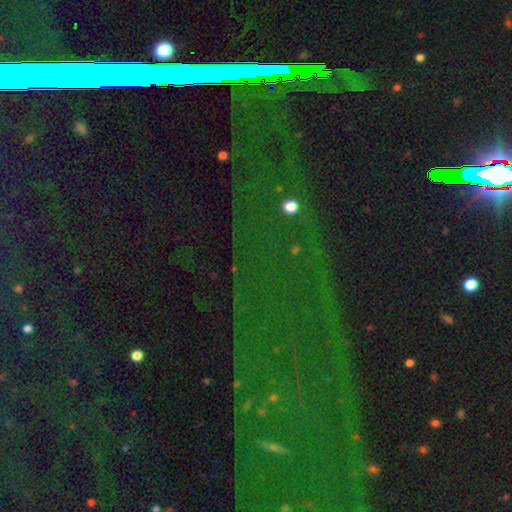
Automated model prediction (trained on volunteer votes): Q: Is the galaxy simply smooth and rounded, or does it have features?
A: star or artifact — 84%.